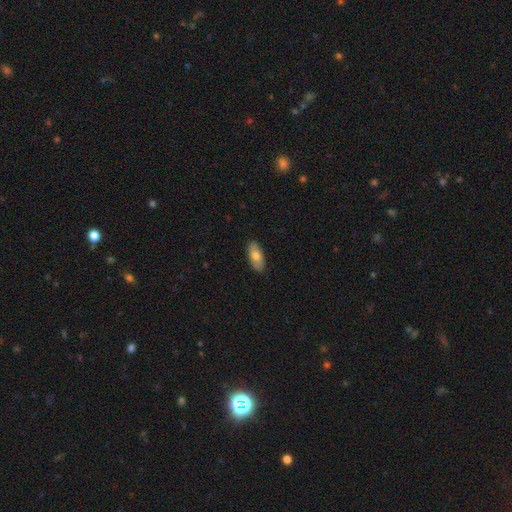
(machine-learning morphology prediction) Smooth or featured? Predicted: smooth (p=0.74). How rounded? Predicted: in between (p=0.89). Merging? Predicted: none (p=0.88).